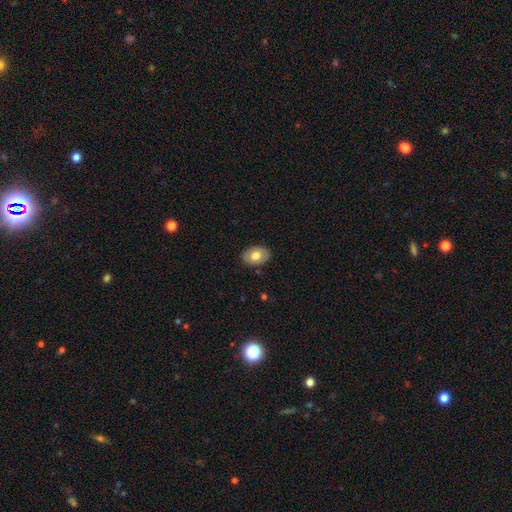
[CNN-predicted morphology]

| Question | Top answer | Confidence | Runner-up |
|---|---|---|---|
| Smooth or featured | smooth | 72% | featured or disk (22%) |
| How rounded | in between | 81% | round (18%) |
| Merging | none | 86% | minor disturbance (11%) |